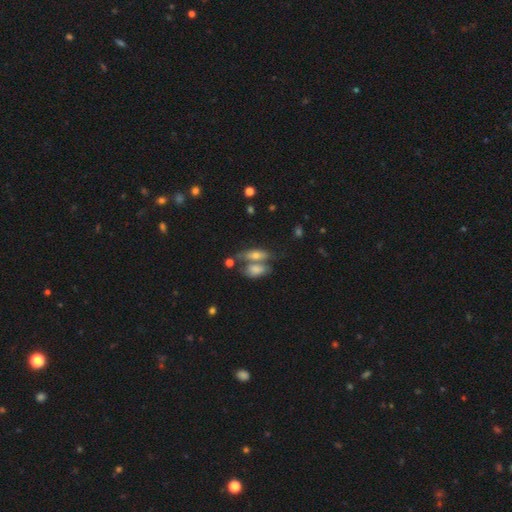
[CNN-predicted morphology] type=smooth (41%); merging=merger (45%).